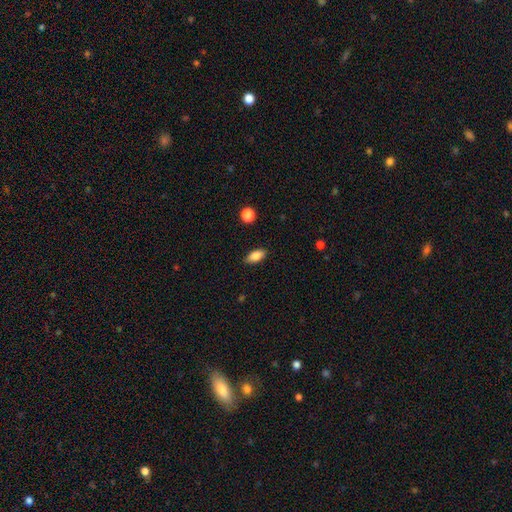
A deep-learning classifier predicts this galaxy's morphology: Smooth or featured? smooth (85%)
How rounded? in between (89%)
Merging? none (87%)